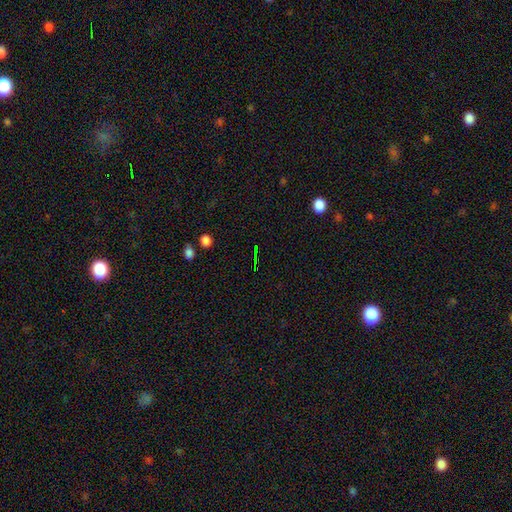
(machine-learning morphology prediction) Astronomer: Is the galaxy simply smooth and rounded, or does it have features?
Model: star or artifact — 68%.